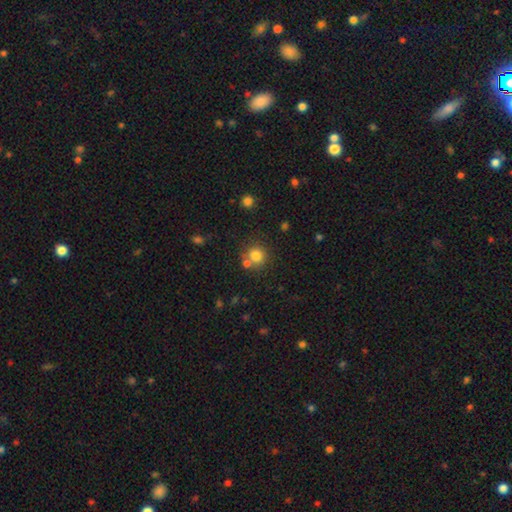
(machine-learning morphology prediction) smooth-or-featured: smooth: 79% | star or artifact: 13% | featured or disk: 8%
  how-rounded: round: 90% | in between: 10% | cigar-shaped: 1%
  merging: none: 67% | merger: 20% | minor disturbance: 9% | major disturbance: 4%